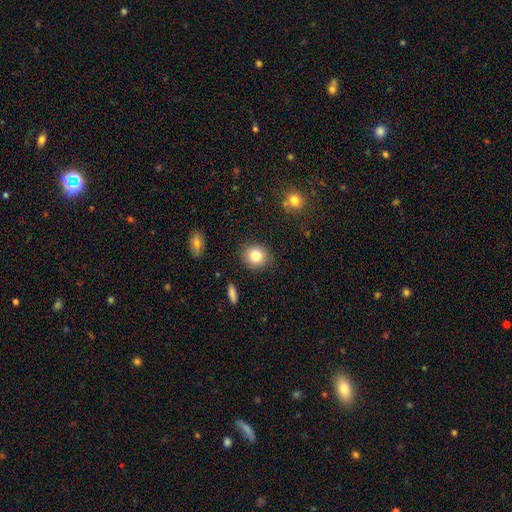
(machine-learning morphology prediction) smooth-or-featured: smooth: 81% | star or artifact: 10% | featured or disk: 9%
  how-rounded: round: 83% | in between: 16% | cigar-shaped: 1%
  merging: none: 89% | minor disturbance: 7% | major disturbance: 2% | merger: 2%